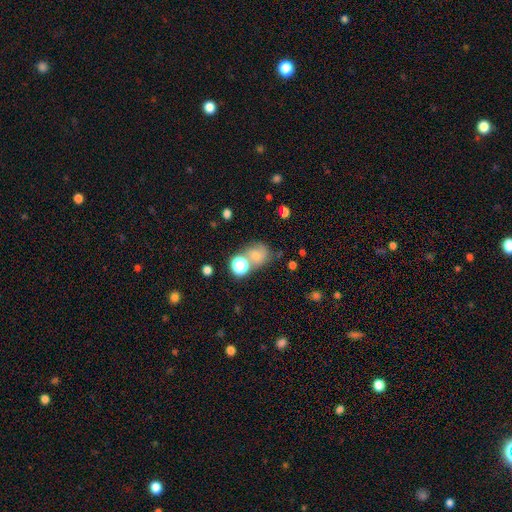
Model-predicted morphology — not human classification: Q: Smooth or featured?
A: smooth (49%); runner-up: star or artifact (32%)
Q: Merging?
A: none (55%); runner-up: merger (24%)